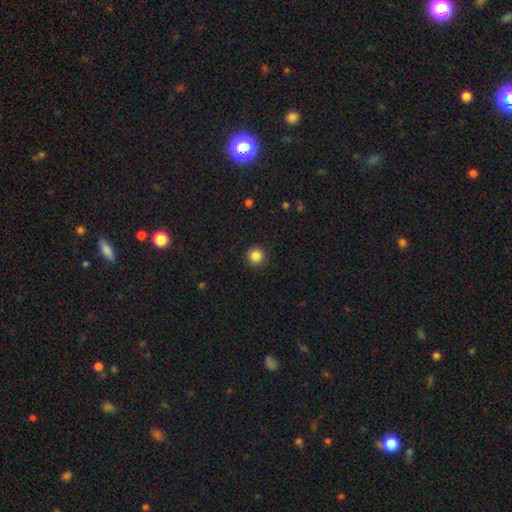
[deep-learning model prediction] smooth_or_featured: smooth (p=0.85) [alt: star or artifact p=0.11]
how_rounded: round (p=0.96) [alt: in between p=0.03]
merging: none (p=0.92) [alt: minor disturbance p=0.05]